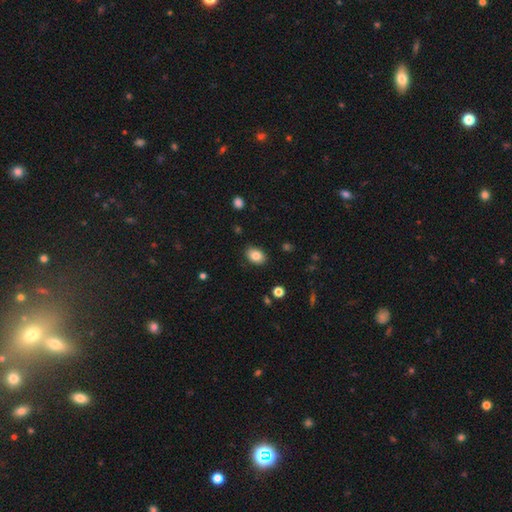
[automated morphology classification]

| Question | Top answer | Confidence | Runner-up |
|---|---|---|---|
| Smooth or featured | smooth | 84% | star or artifact (9%) |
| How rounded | in between | 80% | round (19%) |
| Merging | none | 86% | minor disturbance (10%) |